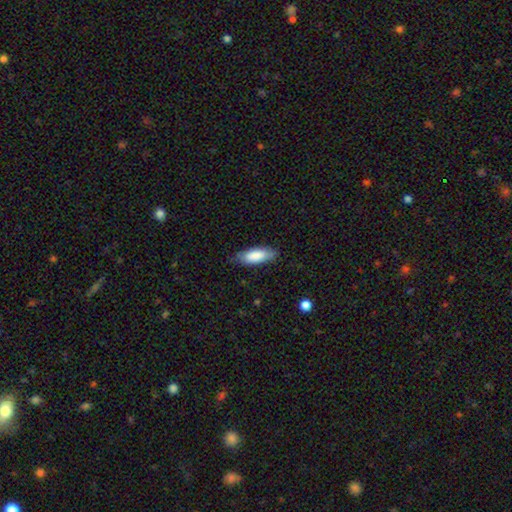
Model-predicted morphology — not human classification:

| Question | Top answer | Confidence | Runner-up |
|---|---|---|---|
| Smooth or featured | smooth | 83% | featured or disk (11%) |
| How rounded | in between | 72% | cigar-shaped (26%) |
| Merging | none | 78% | minor disturbance (18%) |